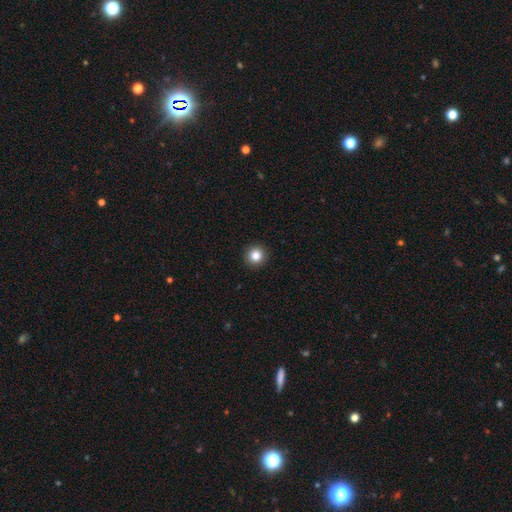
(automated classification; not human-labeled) A smooth galaxy with no disk features (84%) that is round (95%).

Vote fractions:
- Smooth or featured? smooth: 84% / star or artifact: 11% / featured or disk: 5%
- How rounded? round: 95% / in between: 5% / cigar-shaped: 1%
- Merging? none: 93% / minor disturbance: 5% / major disturbance: 2% / merger: 1%